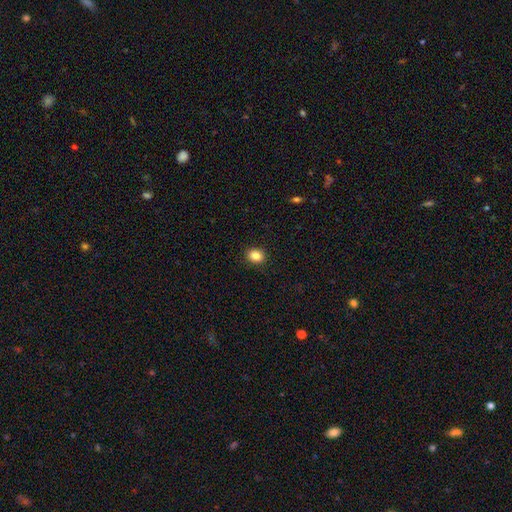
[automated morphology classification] Smooth or featured? smooth (85%)
How rounded? round (55%)
Merging? none (91%)